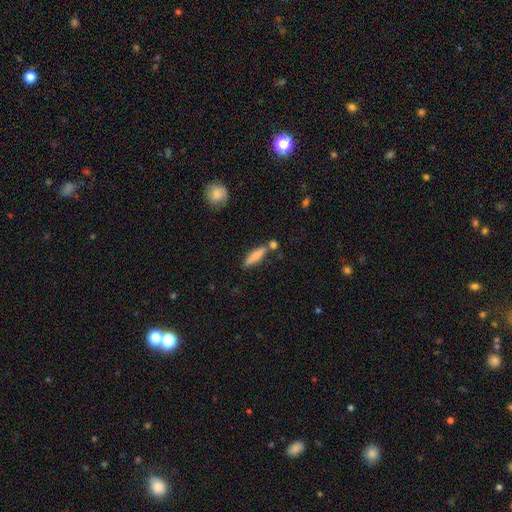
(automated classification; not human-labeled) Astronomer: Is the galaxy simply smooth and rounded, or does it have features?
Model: smooth — 71%.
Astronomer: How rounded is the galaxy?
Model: cigar-shaped — 73%.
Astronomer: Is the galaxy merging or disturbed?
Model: none — 68%.